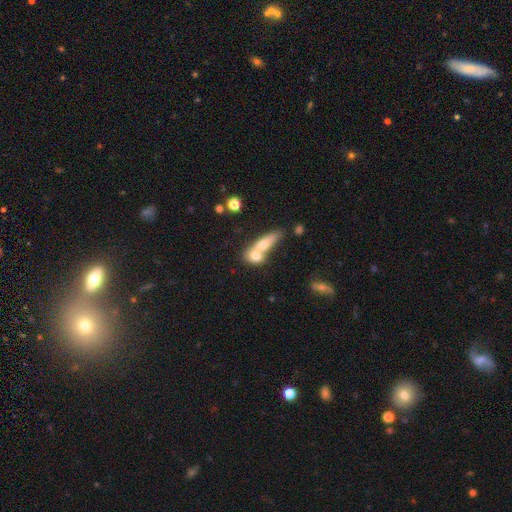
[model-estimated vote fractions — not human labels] A smooth galaxy with no disk features (70%) that is in between round and cigar-shaped (52%).

Vote fractions:
- Smooth or featured? smooth: 70% / featured or disk: 22% / star or artifact: 8%
- How rounded? in between: 52% / round: 25% / cigar-shaped: 23%
- Merging? merger: 67% / none: 23% / minor disturbance: 7% / major disturbance: 4%